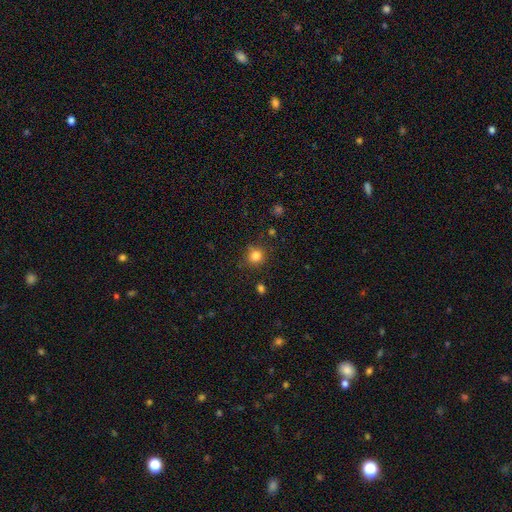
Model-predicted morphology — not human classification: smooth_or_featured: smooth (p=0.82) [alt: star or artifact p=0.13]
how_rounded: round (p=0.91) [alt: in between p=0.08]
merging: none (p=0.85) [alt: minor disturbance p=0.10]